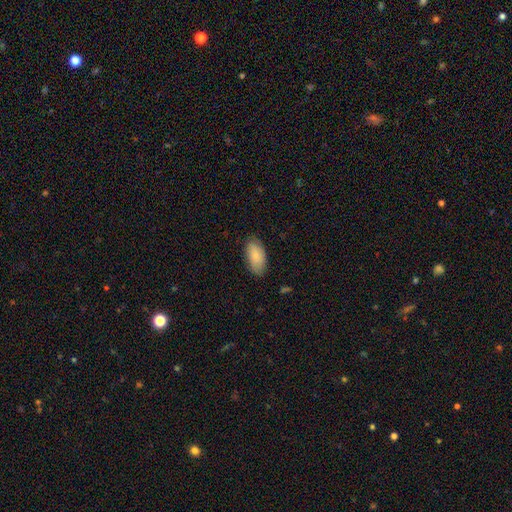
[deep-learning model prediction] smooth 85%, featured or disk 10%, star or artifact 6%. Down the decision tree: how rounded — in between (94%); merging — none (81%).